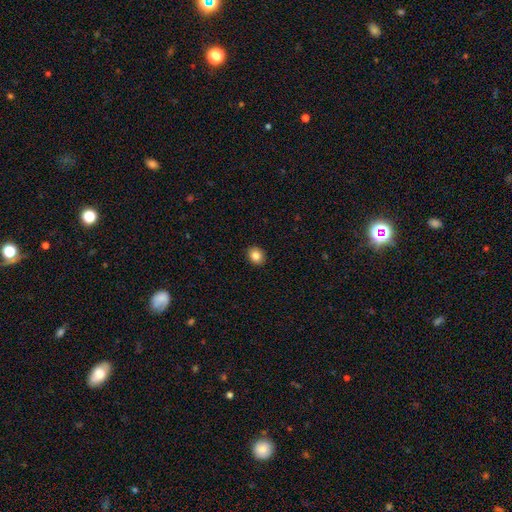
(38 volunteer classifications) Q: Smooth or featured?
A: smooth (97%); runner-up: star or artifact (3%)
Q: How rounded?
A: in between (51%); runner-up: round (49%)
Q: Merging?
A: none (73%); runner-up: minor disturbance (27%)